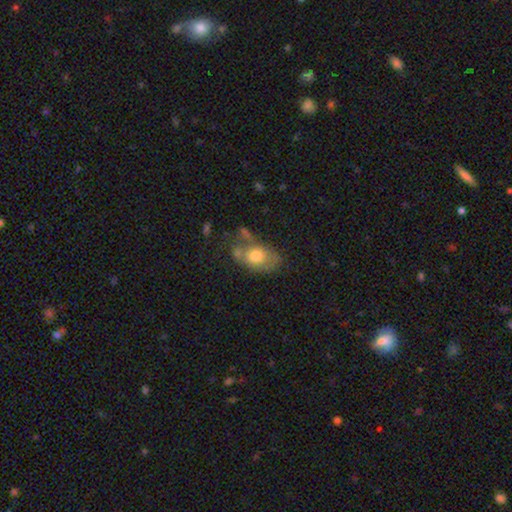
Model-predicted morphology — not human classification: Smooth or featured? Predicted: smooth (p=0.62). How rounded? Predicted: in between (p=0.84). Merging? Predicted: none (p=0.41).